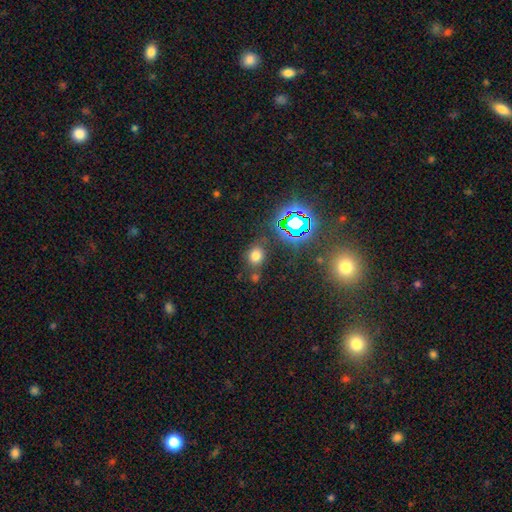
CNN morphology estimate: Smooth or featured: smooth — 66% (star or artifact — 26%)
How rounded: round — 65% (in between — 34%)
Merging: none — 74% (minor disturbance — 12%)